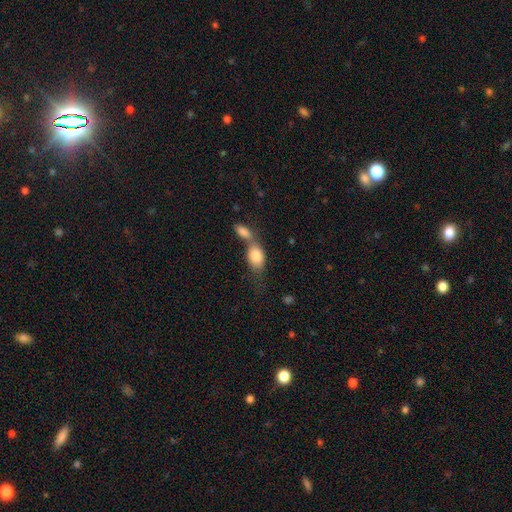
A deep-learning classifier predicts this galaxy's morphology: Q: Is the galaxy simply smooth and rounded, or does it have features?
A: smooth — 81%.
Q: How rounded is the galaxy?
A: in between — 84%.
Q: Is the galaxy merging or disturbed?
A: merger — 64%.